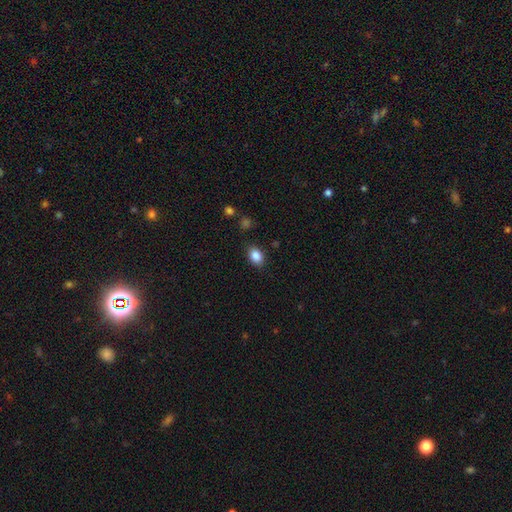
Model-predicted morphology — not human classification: This is clearly a smooth galaxy (86%). How rounded: likely in between (77%). Merging: clearly none (84%).